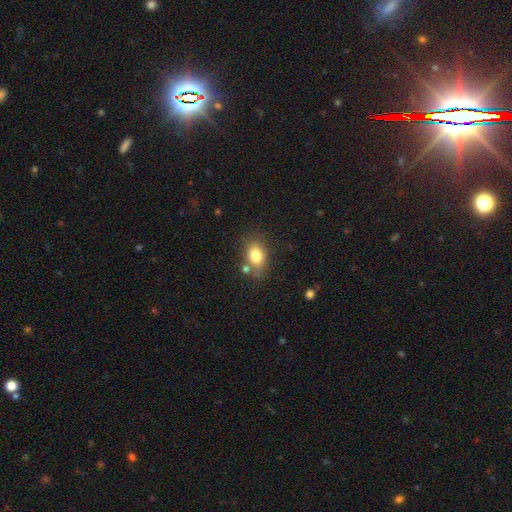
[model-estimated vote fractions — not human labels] The model was most divided on "how rounded": in between: 73%, round: 26%, cigar-shaped: 2%. More confident: smooth or featured — smooth (80%); merging — none (68%).